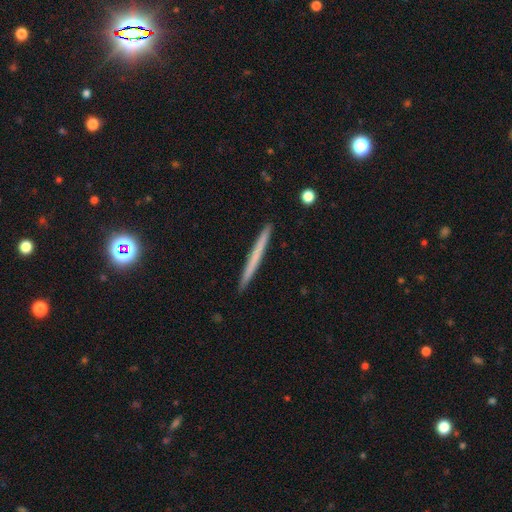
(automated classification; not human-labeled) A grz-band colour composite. It shows a smooth galaxy with no disk features (54%) that is cigar-shaped (97%). Merging: none (93%).